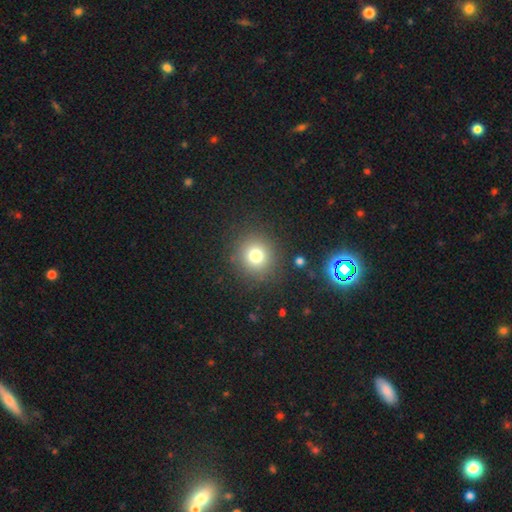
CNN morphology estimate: smooth_or_featured: smooth (p=0.75) [alt: star or artifact p=0.16]
how_rounded: round (p=0.92) [alt: in between p=0.07]
merging: none (p=0.88) [alt: minor disturbance p=0.07]